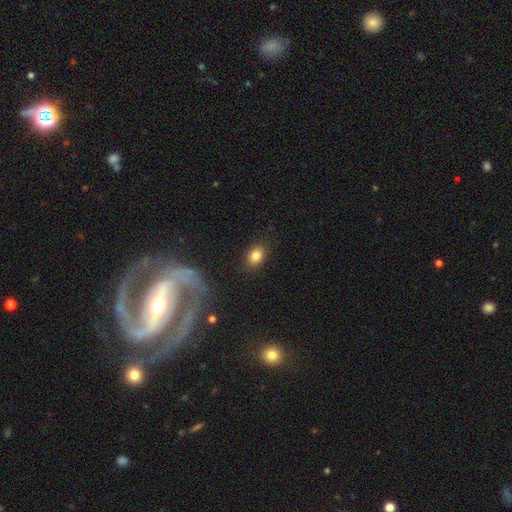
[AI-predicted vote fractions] The model was most divided on "how rounded": in between: 78%, round: 21%, cigar-shaped: 2%. More confident: merging — none (85%); smooth or featured — smooth (84%).